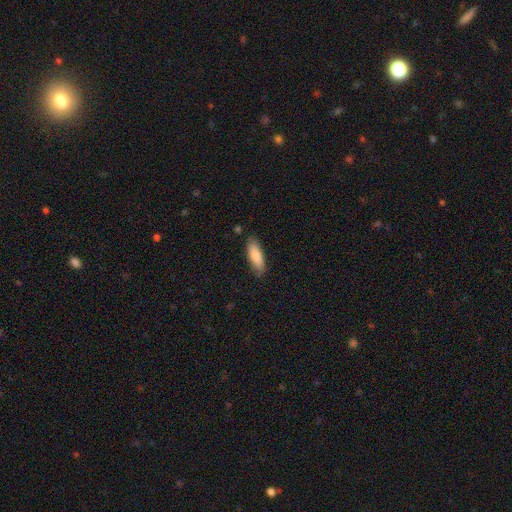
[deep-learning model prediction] This appears to be a smooth galaxy with no disk features (85%) that is in between round and cigar-shaped (58%). Merging: none (78%).